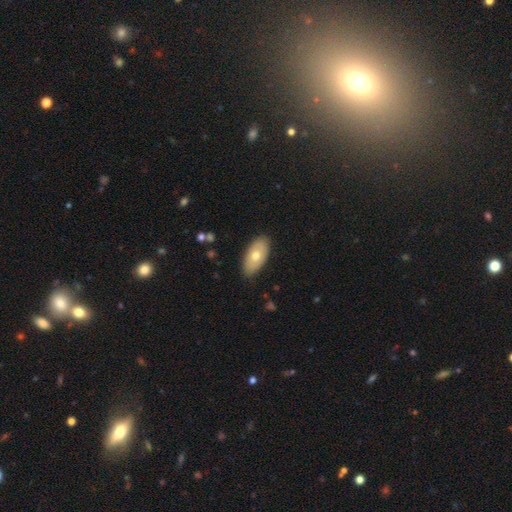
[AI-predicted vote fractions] This is likely a smooth galaxy (63%). How rounded: clearly in between (93%). Merging: clearly none (85%).